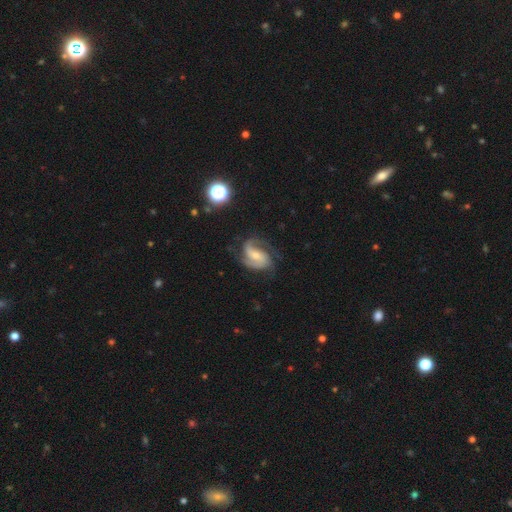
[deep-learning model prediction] Smooth or featured?
  - featured or disk: 87% *
  - smooth: 8%
  - star or artifact: 5%
Edge-on disk?
  - no: 98% *
  - yes: 2%
Bar?
  - weak: 45% *
  - no: 32%
  - strong: 23%
Spiral arms?
  - yes: 97% *
  - no: 3%
Spiral winding?
  - medium: 53% *
  - tight: 28%
  - loose: 19%
Spiral arm count?
  - 2: 66% *
  - 3: 19%
  - can't tell: 6%
  - 1: 4%
  - 4: 2%
  - more than 4: 2%
Bulge size?
  - small: 48% *
  - moderate: 42%
  - none: 5%
  - large: 4%
  - dominant: 1%
Merging?
  - none: 68% *
  - minor disturbance: 19%
  - major disturbance: 12%
  - merger: 2%